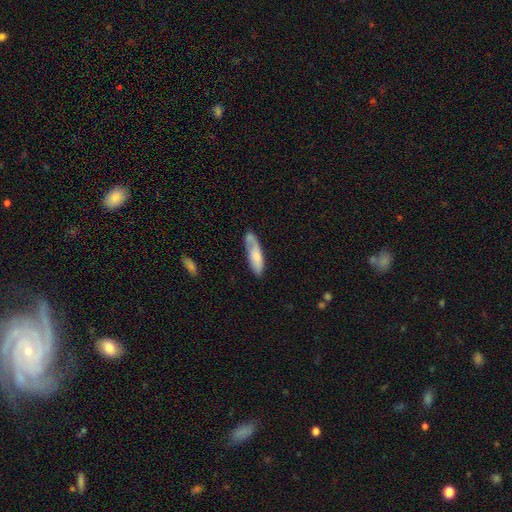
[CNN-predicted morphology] Smooth or featured: smooth — 69% (featured or disk — 25%)
How rounded: cigar-shaped — 54% (in between — 44%)
Merging: none — 60% (minor disturbance — 26%)